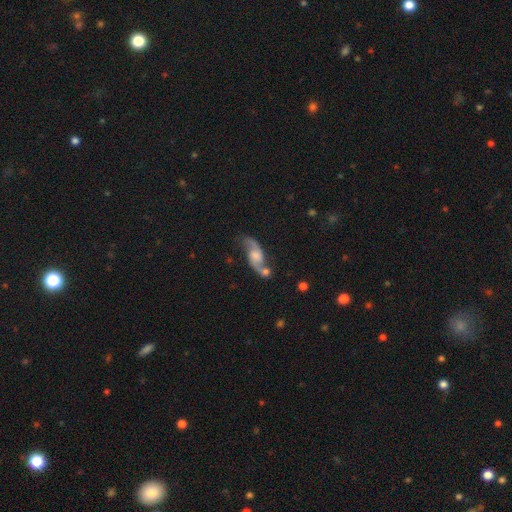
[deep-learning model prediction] A featured or disk galaxy (78%) with no bar (57%), 2 (92%) loose (70%) spiral arms (94%) and a moderate central bulge (34%).

Vote fractions:
- Smooth or featured? featured or disk: 78% / smooth: 15% / star or artifact: 6%
- Edge-on disk? no: 90% / yes: 10%
- Bar? no: 57% / weak: 35% / strong: 8%
- Spiral arms? yes: 94% / no: 6%
- Spiral winding? loose: 70% / medium: 24% / tight: 6%
- Spiral arm count? 2: 92% / can't tell: 3% / 1: 2% / 3: 1% / 4: 1% / more than 4: 1%
- Bulge size? moderate: 34% / small: 24% / large: 20% / none: 19% / dominant: 3%
- Merging? none: 51% / merger: 25% / minor disturbance: 16% / major disturbance: 8%